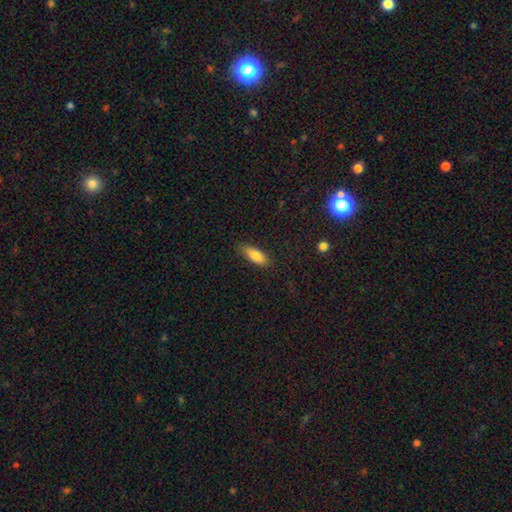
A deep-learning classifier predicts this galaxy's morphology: A smooth galaxy with no disk features (82%) that is in between round and cigar-shaped (71%).

Vote fractions:
- Smooth or featured? smooth: 82% / featured or disk: 11% / star or artifact: 7%
- How rounded? in between: 71% / cigar-shaped: 27% / round: 2%
- Merging? none: 82% / minor disturbance: 14% / major disturbance: 3% / merger: 1%